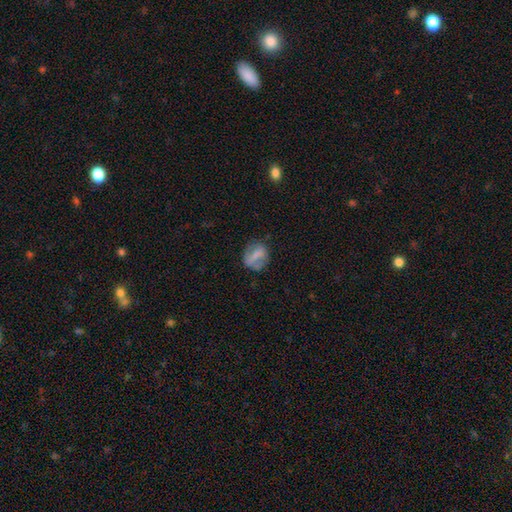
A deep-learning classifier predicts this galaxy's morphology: A smooth galaxy with no disk features (60%) that is round (63%). Merging: none (60%).